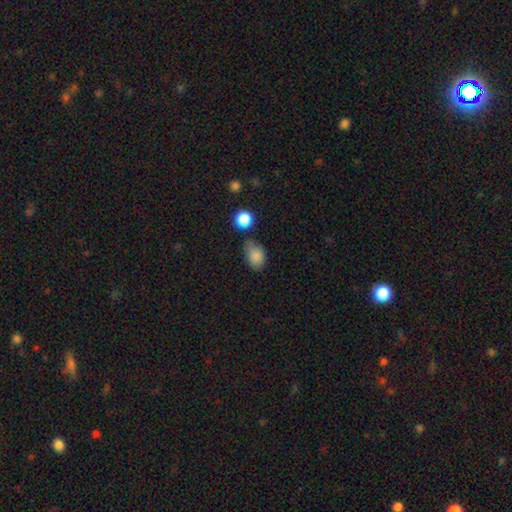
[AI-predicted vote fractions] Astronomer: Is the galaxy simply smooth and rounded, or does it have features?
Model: smooth — 85%.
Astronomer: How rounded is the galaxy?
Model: in between — 75%.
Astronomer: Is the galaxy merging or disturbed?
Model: none — 57%.